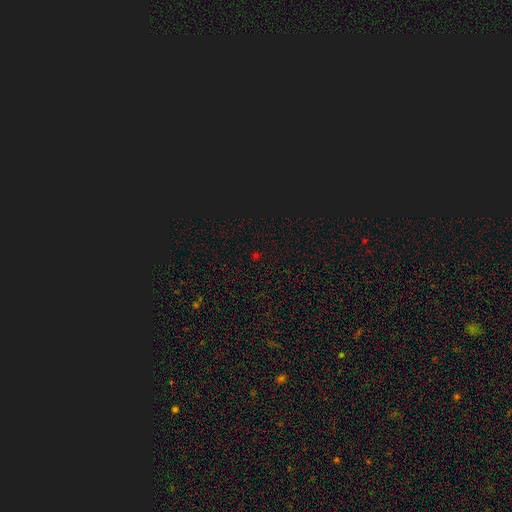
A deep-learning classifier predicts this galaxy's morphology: This is likely a star or artifact rather than a galaxy (64%).